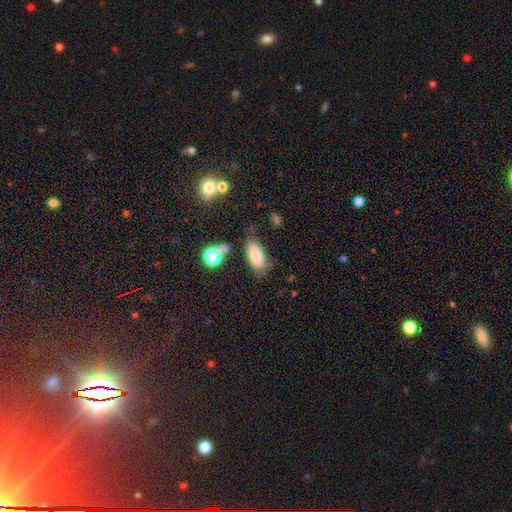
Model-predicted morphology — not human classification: The model was most divided on "merging": none: 63%, minor disturbance: 21%, major disturbance: 8%, merger: 7%. More confident: how rounded — in between (85%); smooth or featured — smooth (80%).